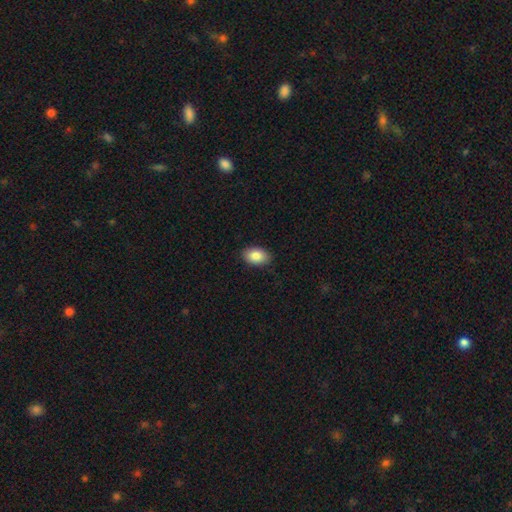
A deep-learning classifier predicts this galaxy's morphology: The model was most divided on "smooth or featured": smooth: 86%, featured or disk: 7%, star or artifact: 7%. More confident: merging — none (89%); how rounded — in between (89%).